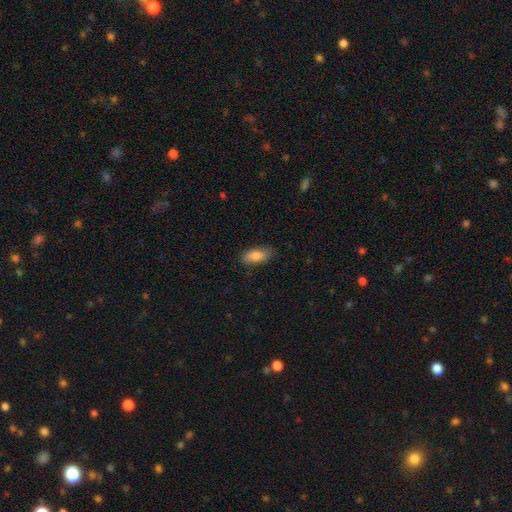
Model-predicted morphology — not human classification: smooth 81%, featured or disk 12%, star or artifact 7%. Down the decision tree: how rounded — in between (84%); merging — none (83%).